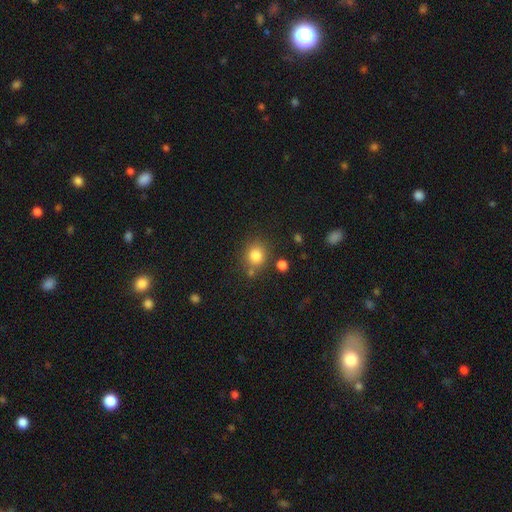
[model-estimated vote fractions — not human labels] Q: Smooth or featured?
A: smooth (83%); runner-up: star or artifact (11%)
Q: How rounded?
A: round (78%); runner-up: in between (21%)
Q: Merging?
A: none (75%); runner-up: minor disturbance (12%)